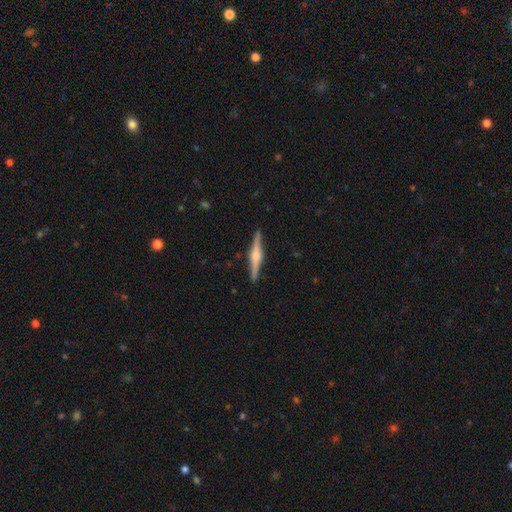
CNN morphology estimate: featured or disk 79%, smooth 16%, star or artifact 5%. Down the decision tree: edge-on disk — yes (98%); edge-on bulge — rounded (80%); merging — none (91%).